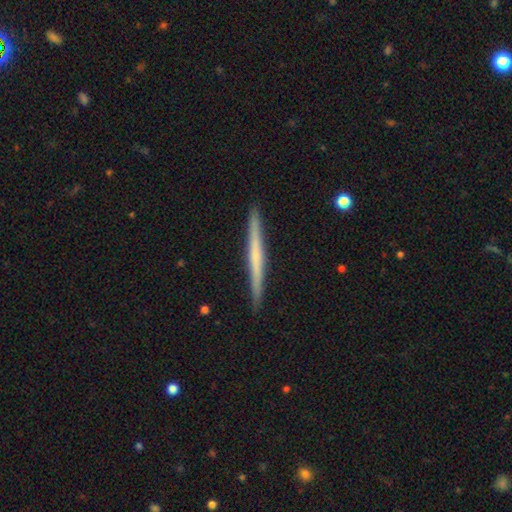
smooth-or-featured: featured or disk: 65% | smooth: 32% | star or artifact: 3%
  disk-edge-on: yes: 92% | no: 8%
    edge-on-bulge: none: 77% | rounded: 18% | boxy: 5%
  merging: none: 92% | minor disturbance: 3% | major disturbance: 3% | merger: 3%